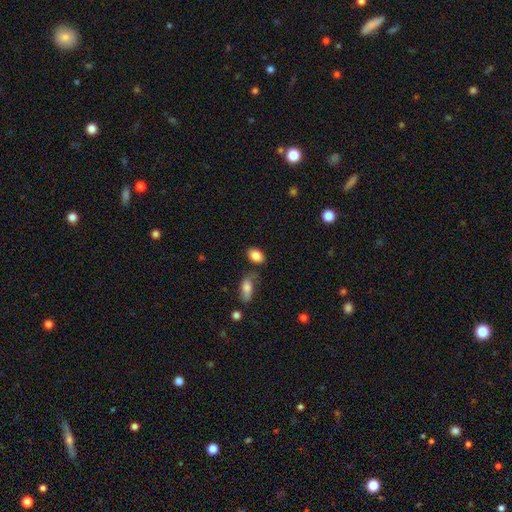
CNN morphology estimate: Smooth or featured? smooth (86%)
How rounded? in between (81%)
Merging? none (68%)